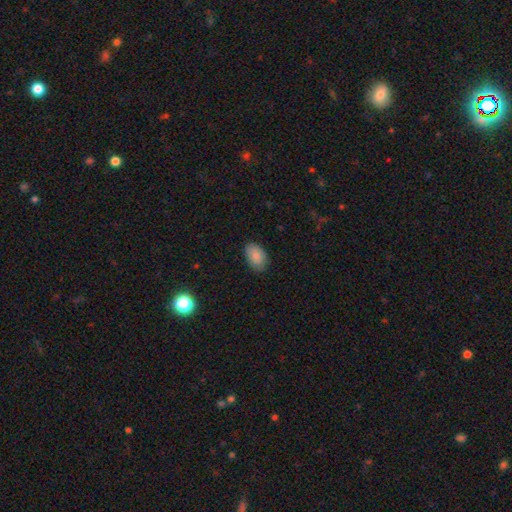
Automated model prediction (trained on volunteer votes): A smooth galaxy with no disk features (87%) that is in between round and cigar-shaped (89%). Merging: none (82%).